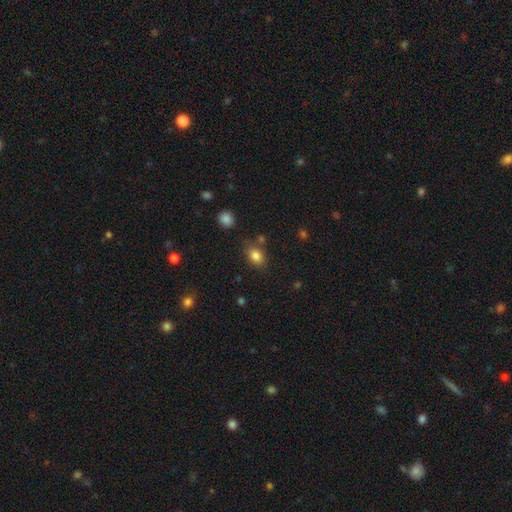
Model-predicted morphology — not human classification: A smooth galaxy with no disk features (84%) that is in between round and cigar-shaped (75%).

Vote fractions:
- Smooth or featured? smooth: 84% / star or artifact: 10% / featured or disk: 7%
- How rounded? in between: 75% / round: 23% / cigar-shaped: 1%
- Merging? none: 74% / minor disturbance: 15% / merger: 7% / major disturbance: 4%